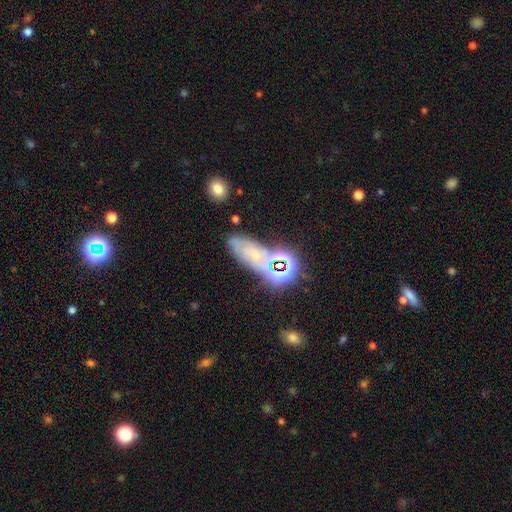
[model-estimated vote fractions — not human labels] smooth_or_featured: featured or disk (p=0.47) [alt: star or artifact p=0.30]
merging: none (p=0.61) [alt: minor disturbance p=0.20]